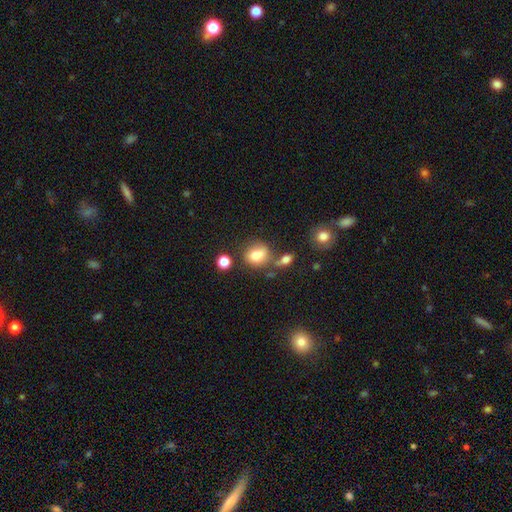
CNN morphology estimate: Smooth or featured? Predicted: smooth (p=0.77). How rounded? Predicted: round (p=0.54). Merging? Predicted: none (p=0.53).